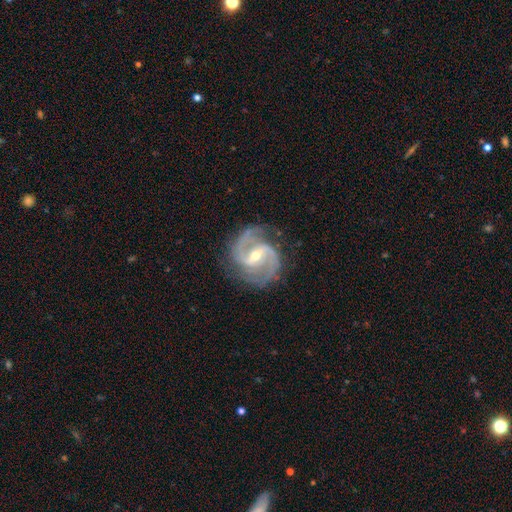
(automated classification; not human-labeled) Smooth or featured?
  - featured or disk: 93% *
  - star or artifact: 5%
  - smooth: 3%
Edge-on disk?
  - no: 98% *
  - yes: 2%
Bar?
  - weak: 44% *
  - strong: 40%
  - no: 16%
Spiral arms?
  - yes: 98% *
  - no: 2%
Spiral winding?
  - medium: 62% *
  - tight: 23%
  - loose: 15%
Spiral arm count?
  - 2: 84% *
  - 3: 9%
  - can't tell: 2%
  - 4: 2%
  - 1: 2%
  - more than 4: 1%
Bulge size?
  - small: 52% *
  - moderate: 46%
  - large: 1%
  - none: 1%
  - dominant: 1%
Merging?
  - none: 79% *
  - minor disturbance: 15%
  - major disturbance: 5%
  - merger: 1%